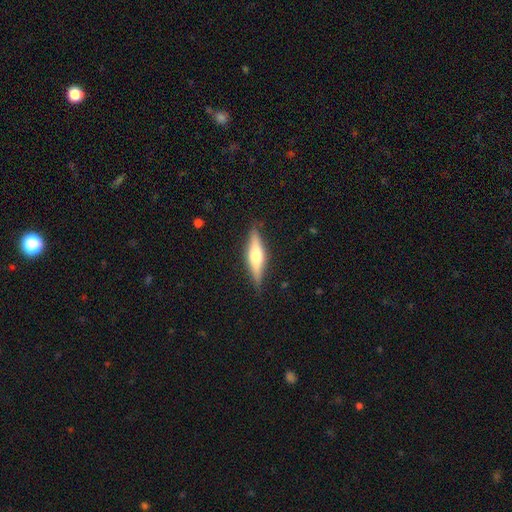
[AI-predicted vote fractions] Smooth or featured? featured or disk (54%)
Edge-on disk? yes (94%)
Edge-on bulge? rounded (88%)
Merging? none (86%)